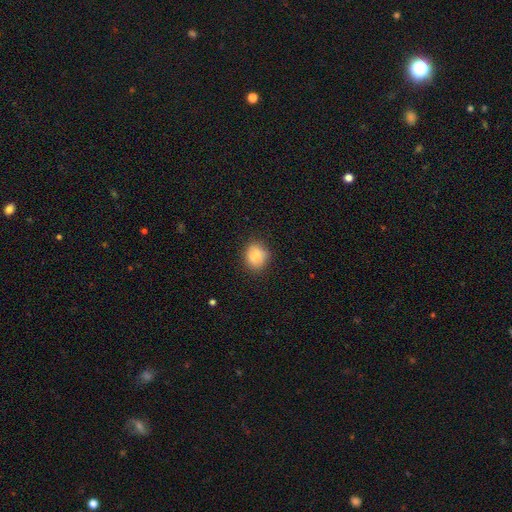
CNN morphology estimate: Smooth or featured?
  - smooth: 83% *
  - featured or disk: 9%
  - star or artifact: 8%
How rounded?
  - round: 60% *
  - in between: 39%
  - cigar-shaped: 1%
Merging?
  - none: 82% *
  - minor disturbance: 13%
  - major disturbance: 3%
  - merger: 1%